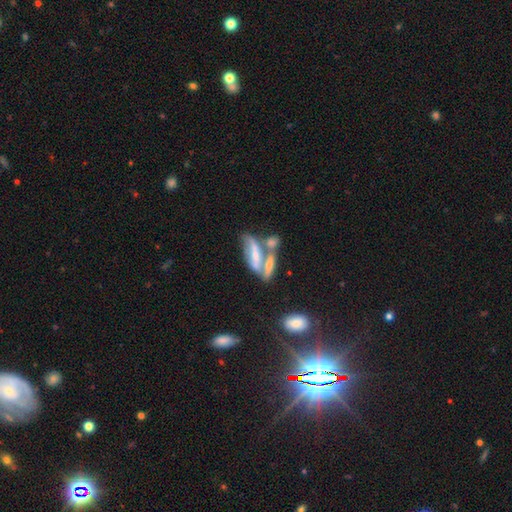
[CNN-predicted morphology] Overall: featured or disk (61%; smooth 31%). Edge-on disk: no (66%; yes 34%). Merging: merger (56%; none 24%).